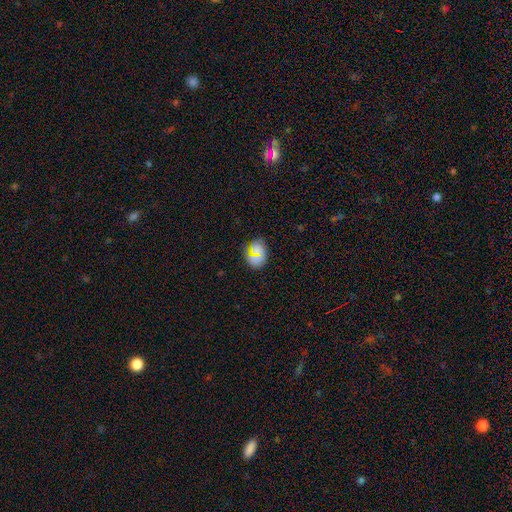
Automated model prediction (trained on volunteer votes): Morphology: type=smooth (64%); roundness=round (59%); merging=none (79%).